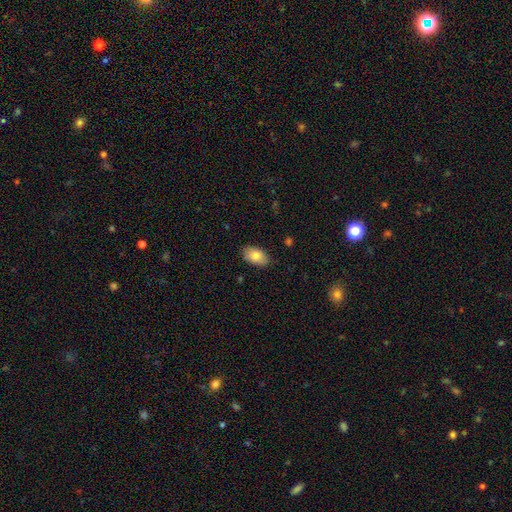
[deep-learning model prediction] smooth_or_featured: smooth (p=0.82) [alt: featured or disk p=0.11]
how_rounded: in between (p=0.93) [alt: round p=0.06]
merging: none (p=0.85) [alt: minor disturbance p=0.12]